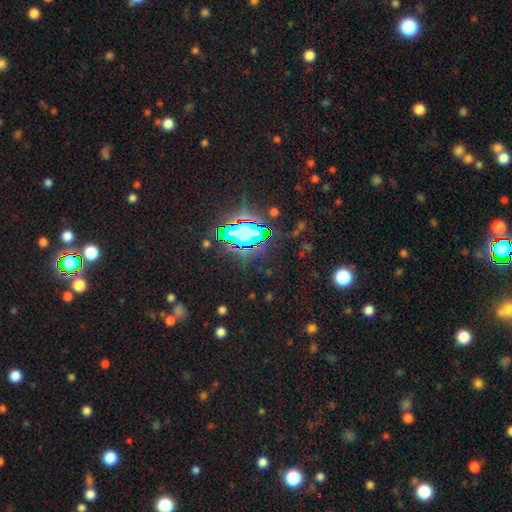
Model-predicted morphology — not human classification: Overall: star or artifact (83%).